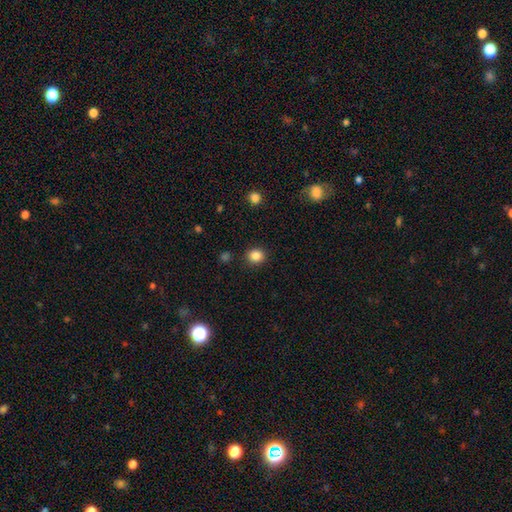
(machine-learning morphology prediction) Q: Smooth or featured?
A: smooth (85%); runner-up: star or artifact (11%)
Q: How rounded?
A: round (79%); runner-up: in between (20%)
Q: Merging?
A: none (89%); runner-up: minor disturbance (7%)